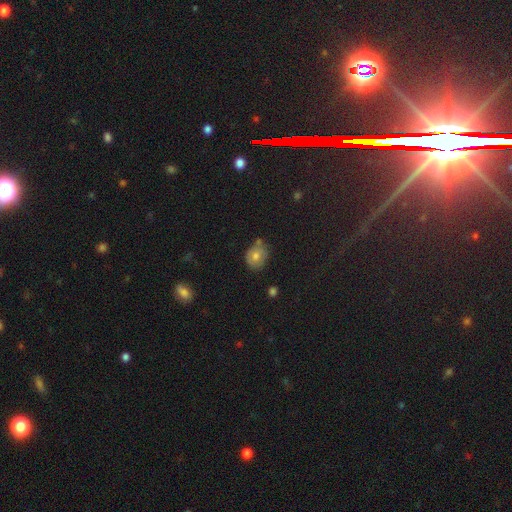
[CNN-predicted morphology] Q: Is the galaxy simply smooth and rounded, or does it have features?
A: smooth — 73%.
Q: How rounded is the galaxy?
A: round — 59%.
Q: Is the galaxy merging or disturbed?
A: none — 67%.